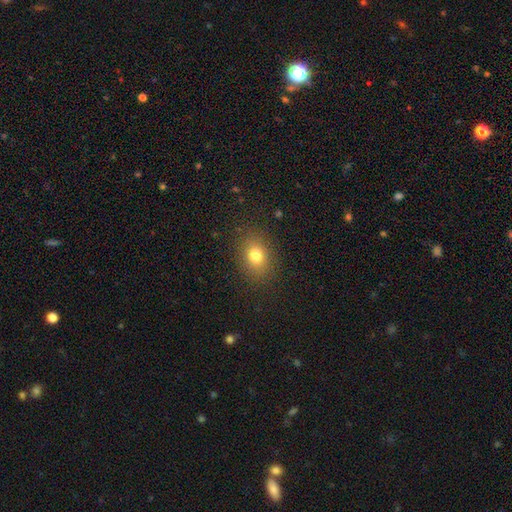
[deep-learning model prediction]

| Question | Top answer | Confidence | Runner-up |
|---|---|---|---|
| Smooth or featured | smooth | 77% | star or artifact (13%) |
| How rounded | in between | 57% | round (41%) |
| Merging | none | 86% | minor disturbance (9%) |